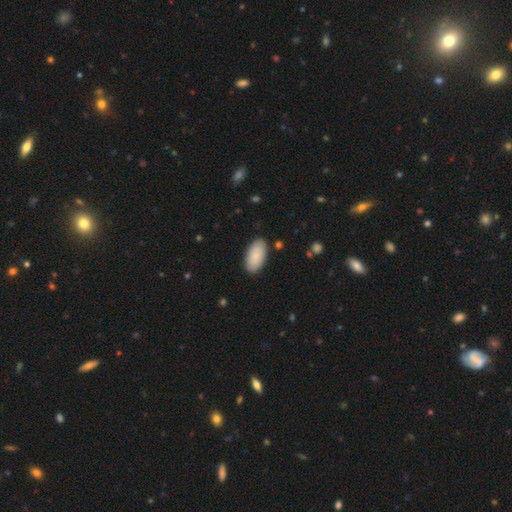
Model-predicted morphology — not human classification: smooth-or-featured: smooth: 89% | star or artifact: 6% | featured or disk: 6%
  how-rounded: in between: 95% | cigar-shaped: 3% | round: 2%
  merging: none: 88% | minor disturbance: 9% | major disturbance: 2% | merger: 1%